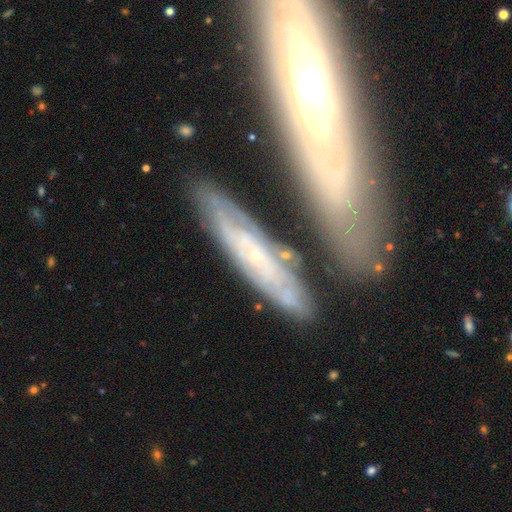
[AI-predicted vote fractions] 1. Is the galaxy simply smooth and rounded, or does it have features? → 66% featured or disk, 27% smooth, 7% star or artifact.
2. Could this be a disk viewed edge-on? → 57% no, 43% yes.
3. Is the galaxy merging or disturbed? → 71% none, 15% minor disturbance, 10% merger, 4% major disturbance.